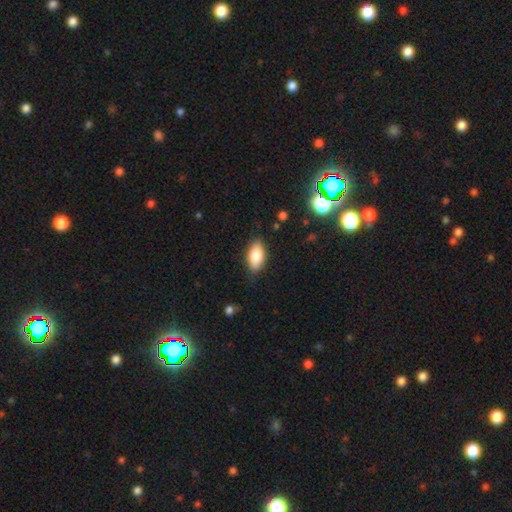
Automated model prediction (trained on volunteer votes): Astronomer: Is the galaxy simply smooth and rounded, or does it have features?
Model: smooth — 82%.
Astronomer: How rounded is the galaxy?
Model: in between — 91%.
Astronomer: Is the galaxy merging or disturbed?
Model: none — 83%.